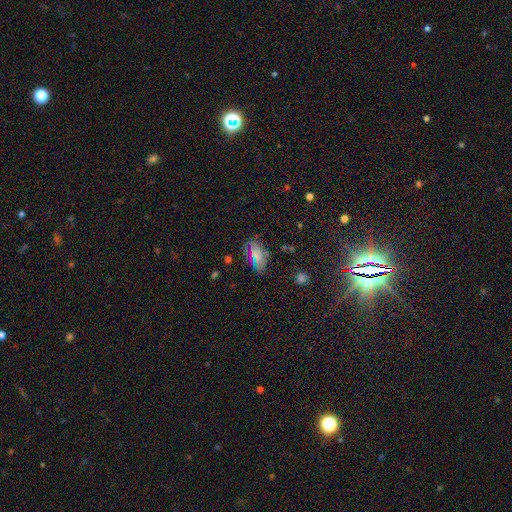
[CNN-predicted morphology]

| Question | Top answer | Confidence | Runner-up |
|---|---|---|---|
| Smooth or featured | smooth | 66% | star or artifact (18%) |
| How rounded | in between | 91% | round (6%) |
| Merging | none | 75% | minor disturbance (17%) |